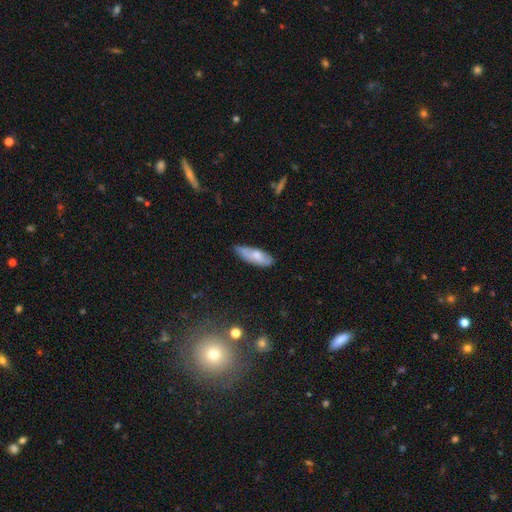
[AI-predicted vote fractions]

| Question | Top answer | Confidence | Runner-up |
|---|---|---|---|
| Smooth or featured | smooth | 68% | featured or disk (26%) |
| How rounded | in between | 64% | cigar-shaped (34%) |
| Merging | none | 53% | minor disturbance (36%) |